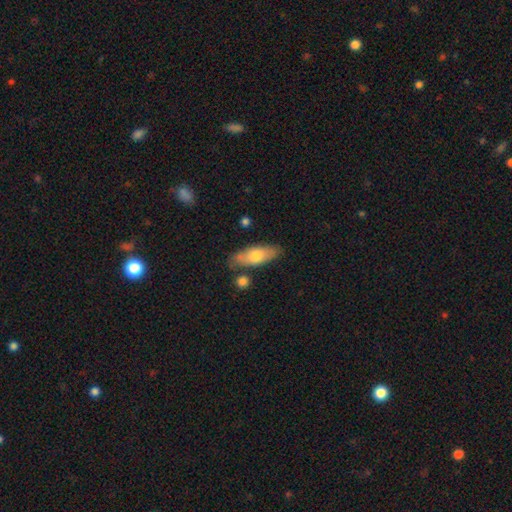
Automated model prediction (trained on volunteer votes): A smooth galaxy with no disk features (67%) that is in between round and cigar-shaped (64%). Merging: none (75%).